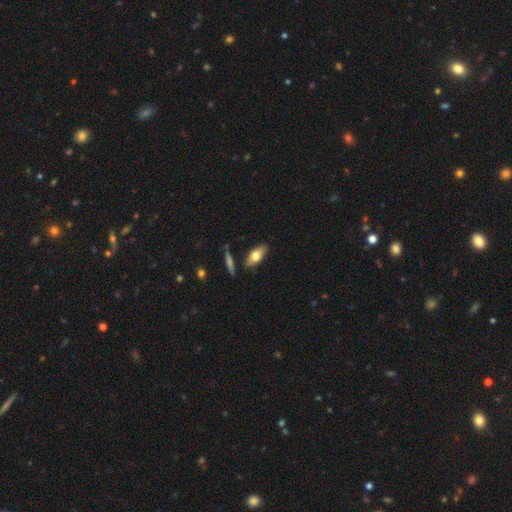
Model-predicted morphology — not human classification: Q: Smooth or featured?
A: smooth (65%); runner-up: featured or disk (29%)
Q: How rounded?
A: in between (78%); runner-up: cigar-shaped (19%)
Q: Merging?
A: none (82%); runner-up: minor disturbance (12%)